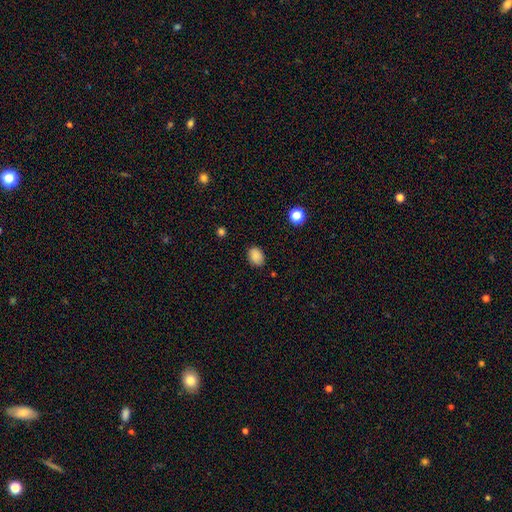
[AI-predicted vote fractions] smooth_or_featured: smooth (p=0.86) [alt: star or artifact p=0.09]
how_rounded: in between (p=0.68) [alt: round p=0.31]
merging: none (p=0.84) [alt: minor disturbance p=0.12]